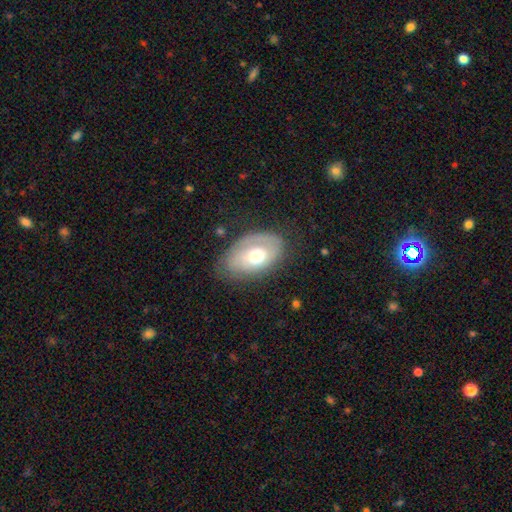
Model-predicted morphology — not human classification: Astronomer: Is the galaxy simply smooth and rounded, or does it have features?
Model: smooth — 50% (runner-up: featured or disk, 42%).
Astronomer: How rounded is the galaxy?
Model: in between — 86%.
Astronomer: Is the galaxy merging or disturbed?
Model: none — 62%.